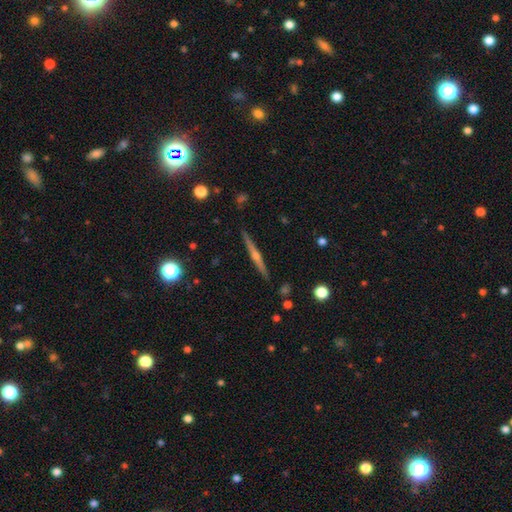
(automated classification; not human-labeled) Smooth or featured?
  - featured or disk: 78% *
  - smooth: 14%
  - star or artifact: 7%
Edge-on disk?
  - yes: 98% *
  - no: 2%
Edge-on bulge?
  - rounded: 85% *
  - none: 10%
  - boxy: 4%
Merging?
  - none: 91% *
  - minor disturbance: 6%
  - merger: 1%
  - major disturbance: 1%